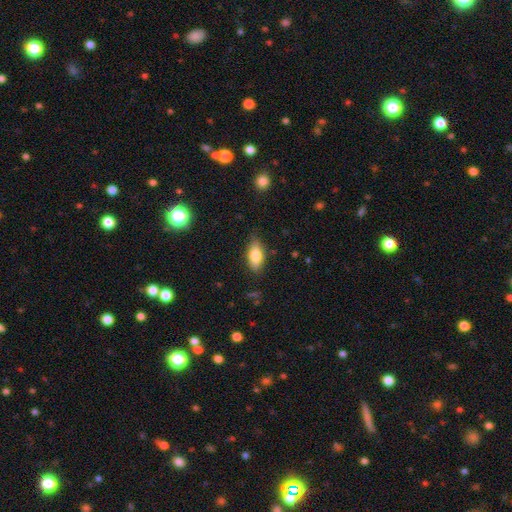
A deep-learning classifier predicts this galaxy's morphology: smooth-or-featured: smooth: 77% | featured or disk: 16% | star or artifact: 7%
  how-rounded: in between: 84% | cigar-shaped: 12% | round: 4%
  merging: none: 80% | minor disturbance: 16% | major disturbance: 3% | merger: 1%